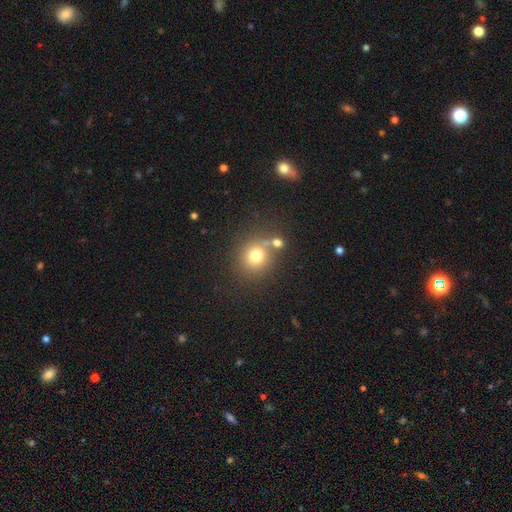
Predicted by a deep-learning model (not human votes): A smooth galaxy with no disk features (74%) that is round (84%). Merging: none (65%).